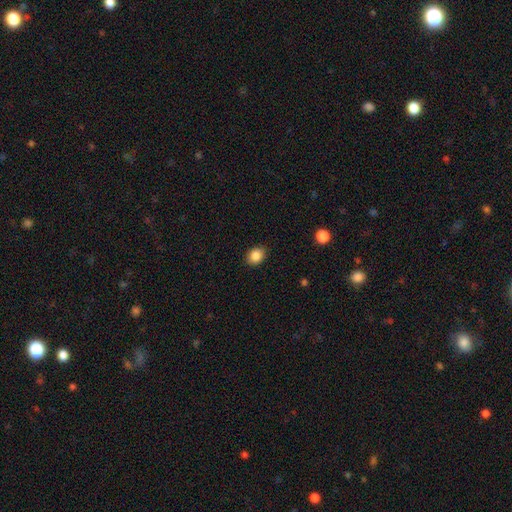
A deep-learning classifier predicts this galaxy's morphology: smooth-or-featured: smooth: 86% | star or artifact: 9% | featured or disk: 4%
  how-rounded: in between: 53% | round: 46% | cigar-shaped: 1%
  merging: none: 88% | minor disturbance: 9% | major disturbance: 2% | merger: 1%